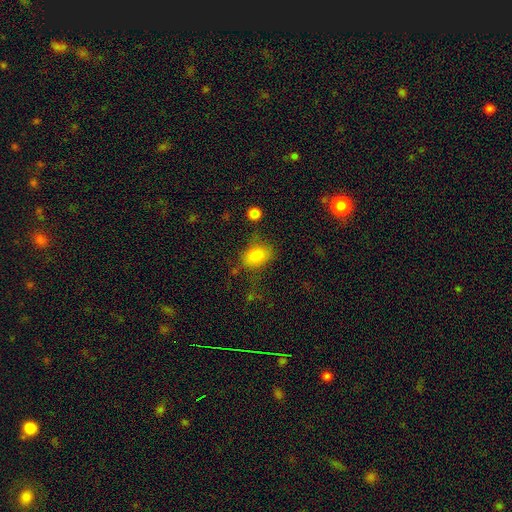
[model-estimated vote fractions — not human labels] The model was most divided on "merging": none: 61%, minor disturbance: 22%, major disturbance: 11%, merger: 6%. More confident: smooth or featured — smooth (82%); how rounded — in between (76%).